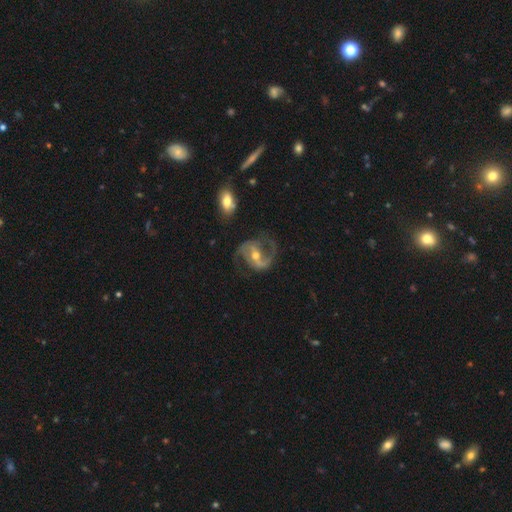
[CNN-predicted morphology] This is clearly a featured or disk galaxy (88%). It is clearly not viewed edge-on (97%). Bar: marginally strong (44%). Spiral arm pattern: clearly yes (96%). Spiral arm count: clearly 2 (89%). Spiral winding: possibly medium (52%). Central bulge: possibly moderate (58%). Merging: likely none (69%).